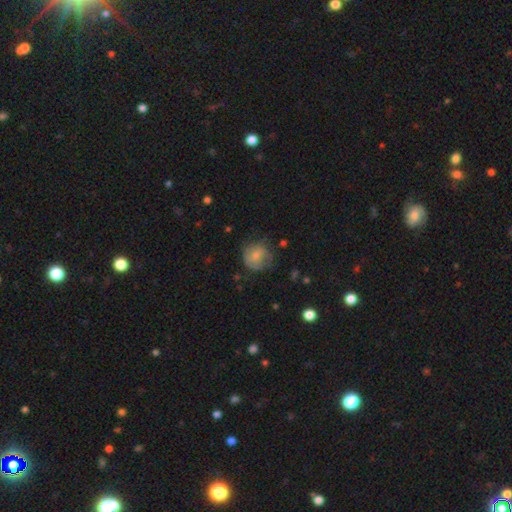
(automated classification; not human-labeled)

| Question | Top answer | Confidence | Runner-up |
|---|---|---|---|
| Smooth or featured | smooth | 66% | featured or disk (25%) |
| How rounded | round | 82% | in between (17%) |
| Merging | none | 57% | minor disturbance (26%) |